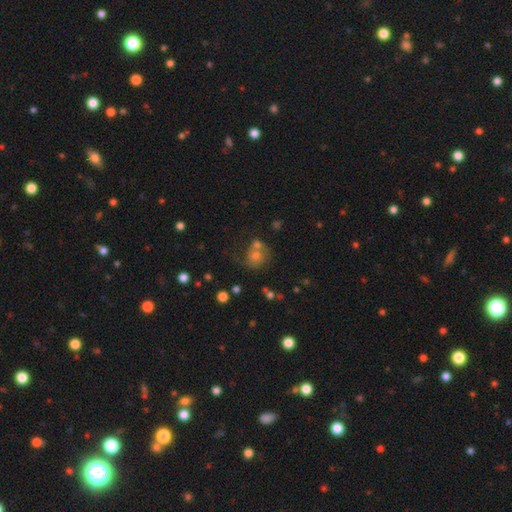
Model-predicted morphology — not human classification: This is possibly a smooth galaxy (57%). How rounded: likely round (76%). Merging: marginally none (39%).